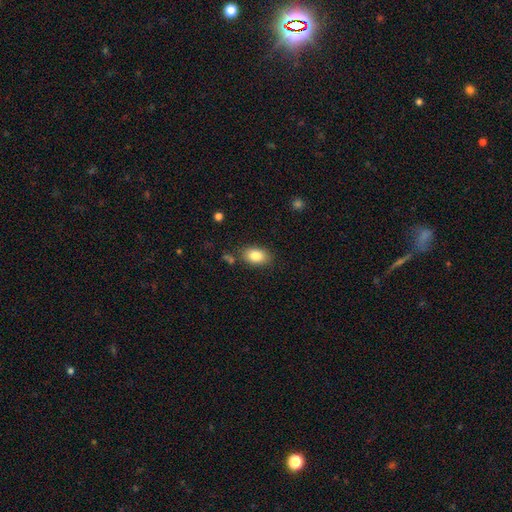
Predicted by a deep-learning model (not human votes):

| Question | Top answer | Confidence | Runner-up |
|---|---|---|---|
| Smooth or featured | smooth | 84% | featured or disk (8%) |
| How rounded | in between | 87% | round (12%) |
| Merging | none | 81% | minor disturbance (12%) |